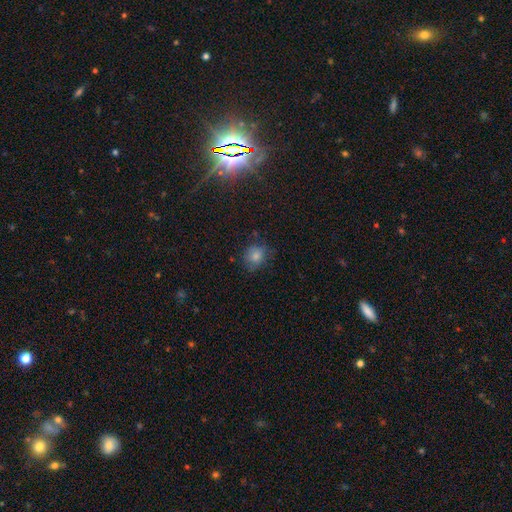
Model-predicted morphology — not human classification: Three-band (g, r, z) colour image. It shows a smooth galaxy with no disk features (79%) that is round (69%). Merging: none (68%).